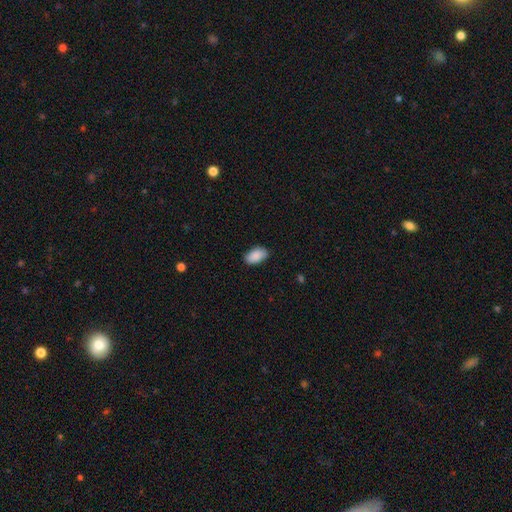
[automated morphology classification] Q: Smooth or featured?
A: smooth (90%); runner-up: star or artifact (6%)
Q: How rounded?
A: in between (94%); runner-up: round (4%)
Q: Merging?
A: none (86%); runner-up: minor disturbance (11%)